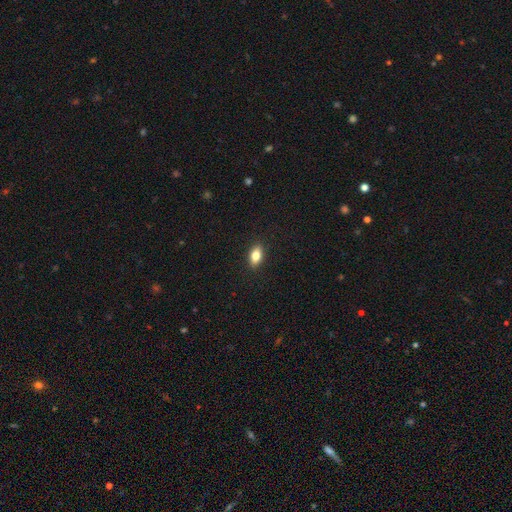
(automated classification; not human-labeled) smooth_or_featured: smooth (p=0.80) [alt: featured or disk p=0.12]
how_rounded: in between (p=0.87) [alt: round p=0.07]
merging: none (p=0.90) [alt: minor disturbance p=0.07]